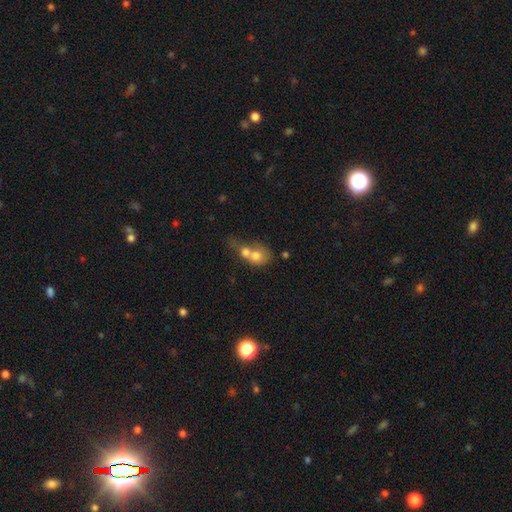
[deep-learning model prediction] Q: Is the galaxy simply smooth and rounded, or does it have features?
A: smooth — 68%.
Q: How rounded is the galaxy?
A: round — 55%.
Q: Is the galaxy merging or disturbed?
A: merger — 77%.